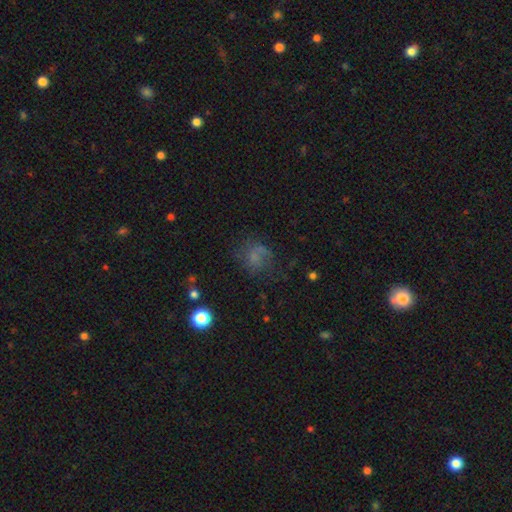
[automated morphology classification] Smooth or featured: smooth — 55% (featured or disk — 26%)
How rounded: round — 63% (in between — 35%)
Merging: none — 47% (major disturbance — 26%)